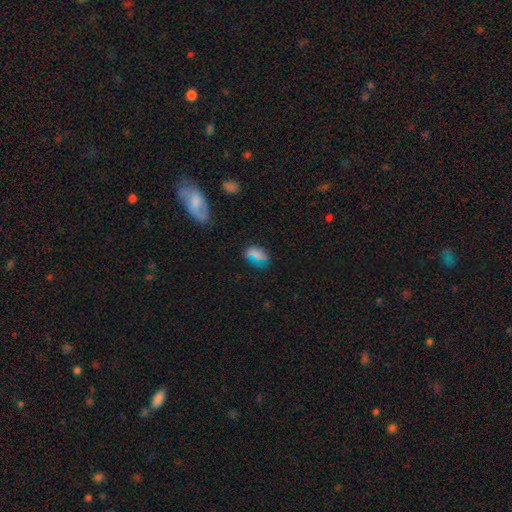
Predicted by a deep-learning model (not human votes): This is likely a smooth galaxy (60%). How rounded: clearly in between (83%). Merging: likely none (62%).